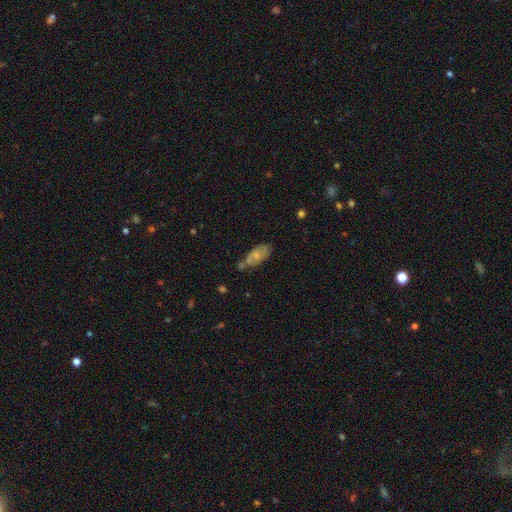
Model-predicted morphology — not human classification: This appears to be a smooth galaxy with no disk features (52%) that is in between round and cigar-shaped (88%). Merging: none (48%).